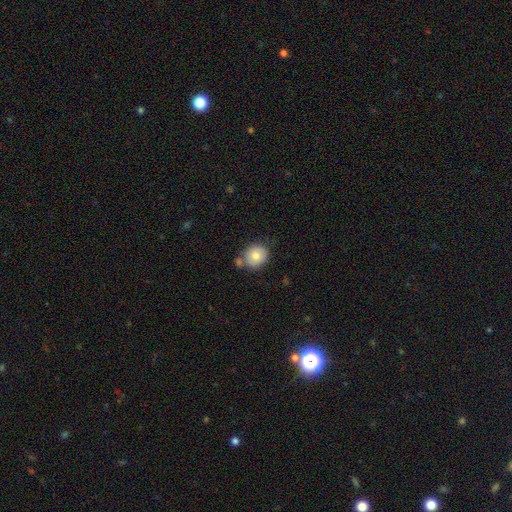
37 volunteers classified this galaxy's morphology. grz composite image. It shows a smooth galaxy with no disk features (84%) that is round (84%). Merging: none (78%).